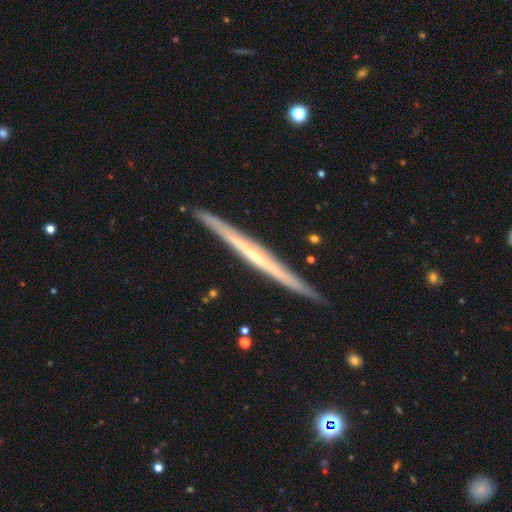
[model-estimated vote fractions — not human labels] Smooth or featured?
  - featured or disk: 77% *
  - smooth: 18%
  - star or artifact: 5%
Edge-on disk?
  - yes: 98% *
  - no: 2%
Edge-on bulge?
  - none: 57% *
  - rounded: 38%
  - boxy: 4%
Merging?
  - none: 91% *
  - minor disturbance: 7%
  - merger: 1%
  - major disturbance: 1%